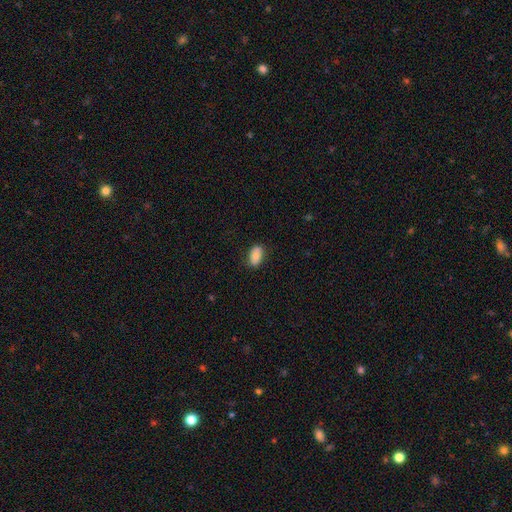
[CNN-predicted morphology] A smooth galaxy with no disk features (79%) that is in between round and cigar-shaped (91%).

Vote fractions:
- Smooth or featured? smooth: 79% / featured or disk: 13% / star or artifact: 7%
- How rounded? in between: 91% / round: 6% / cigar-shaped: 2%
- Merging? none: 80% / minor disturbance: 15% / major disturbance: 3% / merger: 1%